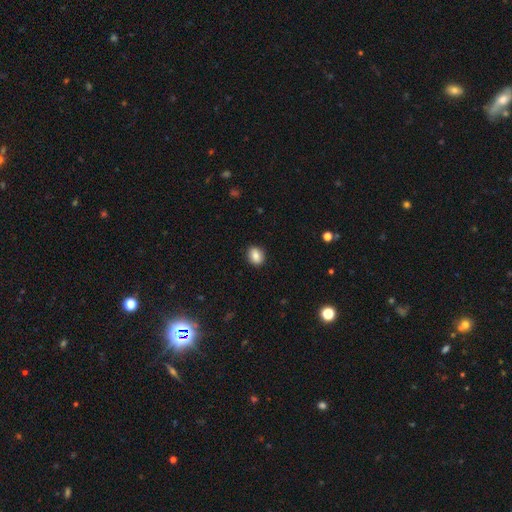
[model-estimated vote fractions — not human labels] The model was most divided on "how rounded": in between: 53%, round: 46%, cigar-shaped: 1%. More confident: merging — none (89%); smooth or featured — smooth (84%).